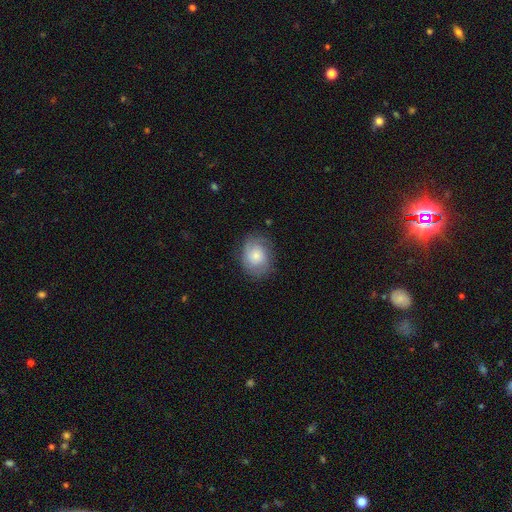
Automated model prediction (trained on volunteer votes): smooth-or-featured: smooth: 52% | featured or disk: 40% | star or artifact: 8%
  how-rounded: in between: 50% | round: 49% | cigar-shaped: 1%
  merging: none: 74% | minor disturbance: 18% | major disturbance: 7% | merger: 1%